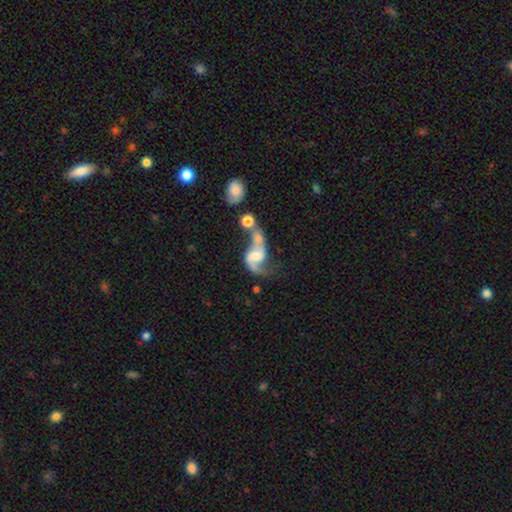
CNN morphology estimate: Smooth or featured?
  - featured or disk: 75% *
  - smooth: 17%
  - star or artifact: 8%
Edge-on disk?
  - no: 97% *
  - yes: 3%
Bar?
  - no: 48% *
  - weak: 40%
  - strong: 12%
Spiral arms?
  - yes: 90% *
  - no: 10%
Spiral winding?
  - loose: 65% *
  - medium: 28%
  - tight: 6%
Spiral arm count?
  - 2: 80% *
  - 1: 13%
  - can't tell: 5%
  - 3: 1%
  - 4: 1%
  - more than 4: 1%
Bulge size?
  - moderate: 40% *
  - small: 26%
  - none: 16%
  - large: 15%
  - dominant: 3%
Merging?
  - merger: 58% *
  - major disturbance: 17%
  - none: 17%
  - minor disturbance: 9%